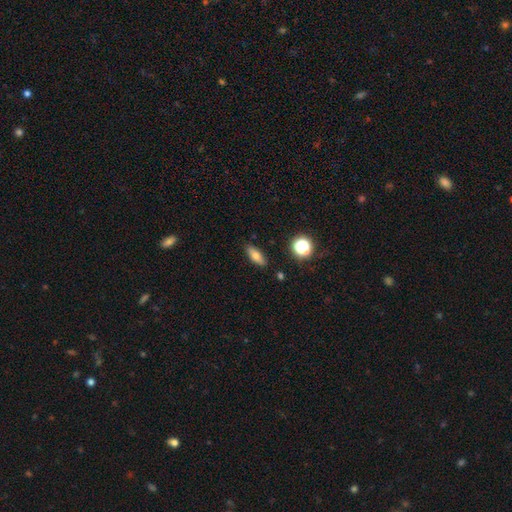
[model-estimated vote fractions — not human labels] The model was most divided on "how rounded": in between: 63%, cigar-shaped: 31%, round: 6%. More confident: merging — none (87%); smooth or featured — smooth (72%).